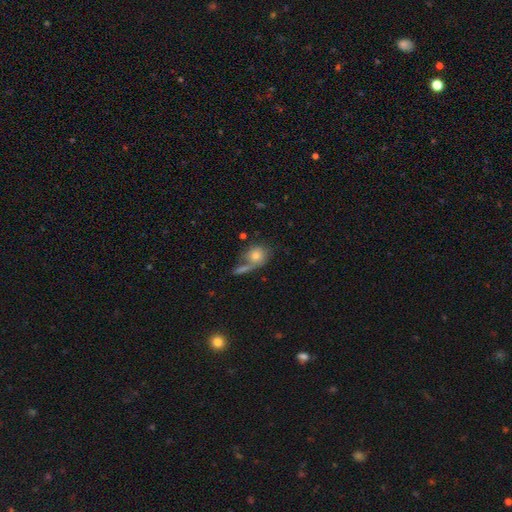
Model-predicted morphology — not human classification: Smooth or featured? Predicted: smooth (p=0.73). How rounded? Predicted: round (p=0.73). Merging? Predicted: none (p=0.48).